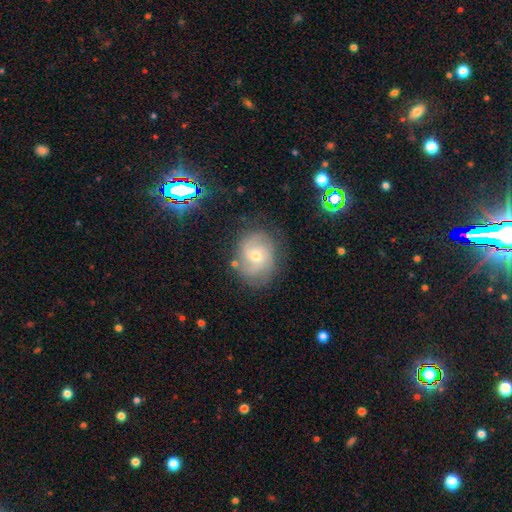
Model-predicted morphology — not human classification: This is likely a featured or disk galaxy (70%). It is clearly not viewed edge-on (97%). Bar: possibly no (55%). Spiral arm pattern: clearly yes (92%). Spiral arm count: marginally 2 (43%). Spiral winding: marginally medium (44%). Central bulge: possibly small (48%, tied with moderate). Merging: likely none (74%).